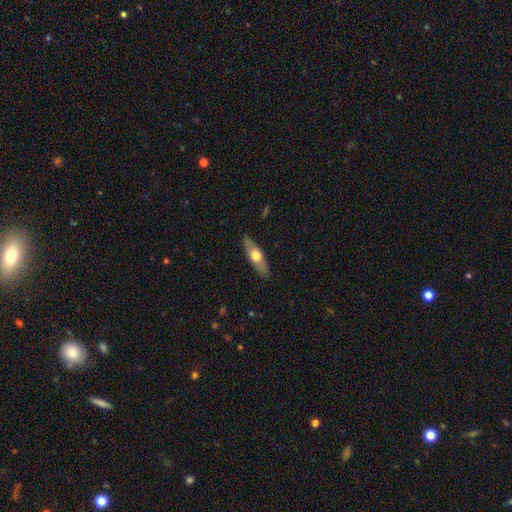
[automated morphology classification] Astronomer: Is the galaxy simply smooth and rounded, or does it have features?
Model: smooth — 48% (runner-up: featured or disk, 47%).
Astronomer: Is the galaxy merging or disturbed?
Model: none — 86%.